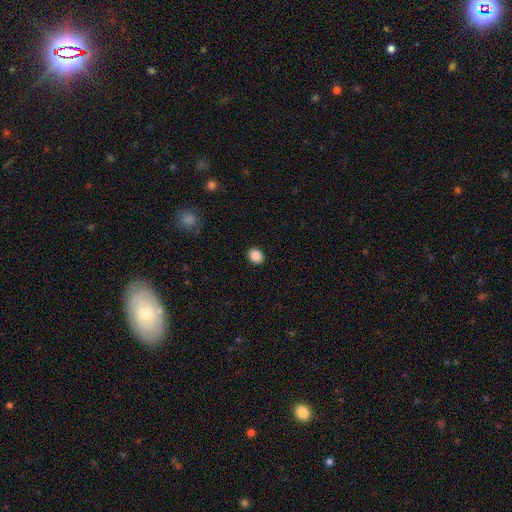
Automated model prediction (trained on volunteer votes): Smooth or featured: smooth — 88% (star or artifact — 9%)
How rounded: round — 53% (in between — 46%)
Merging: none — 91% (minor disturbance — 6%)